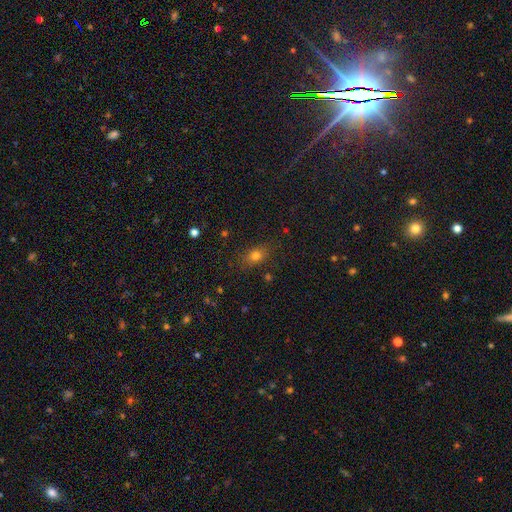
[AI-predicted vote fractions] This is likely a smooth galaxy (75%). How rounded: likely in between (66%). Merging: clearly none (82%).